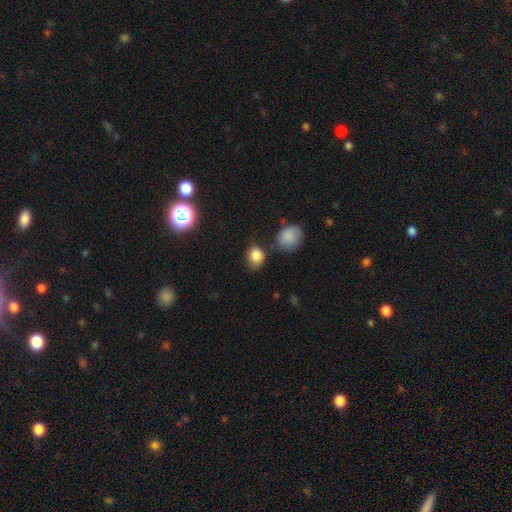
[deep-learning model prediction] Smooth or featured: smooth — 84% (star or artifact — 11%)
How rounded: round — 50% (in between — 49%)
Merging: none — 66% (minor disturbance — 21%)